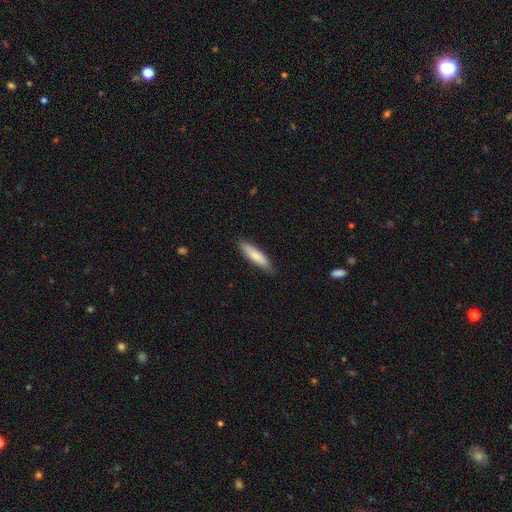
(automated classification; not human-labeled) smooth 80%, featured or disk 14%, star or artifact 5%. Down the decision tree: how rounded — cigar-shaped (72%); merging — none (84%).